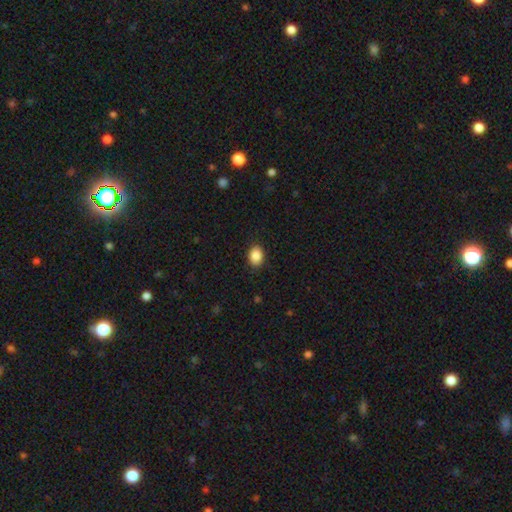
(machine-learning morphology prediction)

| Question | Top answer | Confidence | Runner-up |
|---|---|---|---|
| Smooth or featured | smooth | 88% | star or artifact (8%) |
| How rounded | in between | 68% | round (31%) |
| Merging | none | 89% | minor disturbance (8%) |